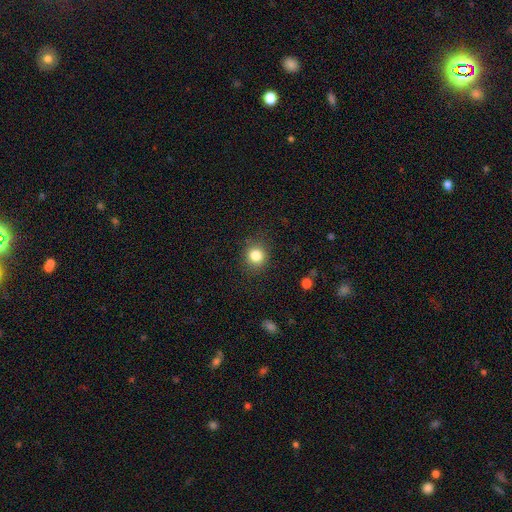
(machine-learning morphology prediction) A smooth galaxy with no disk features (83%) that is round (86%).

Vote fractions:
- Smooth or featured? smooth: 83% / star or artifact: 11% / featured or disk: 6%
- How rounded? round: 86% / in between: 13% / cigar-shaped: 1%
- Merging? none: 87% / minor disturbance: 9% / major disturbance: 3% / merger: 1%